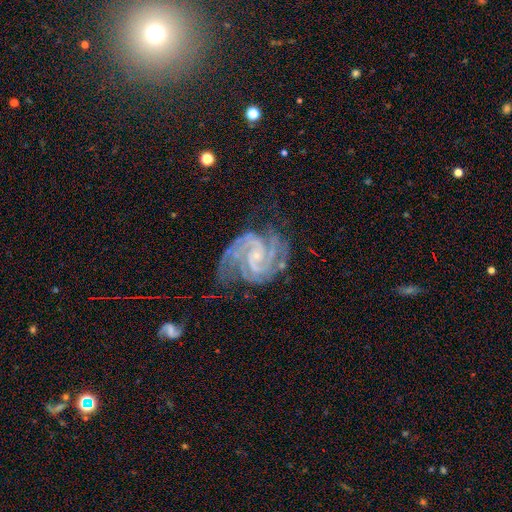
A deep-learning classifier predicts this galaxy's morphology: This appears to be a featured or disk galaxy (91%) with a weak bar (43%, tied with no), 2 (41%) tight (57%) spiral arms (99%) and a small central bulge (77%). Merging: none (64%).